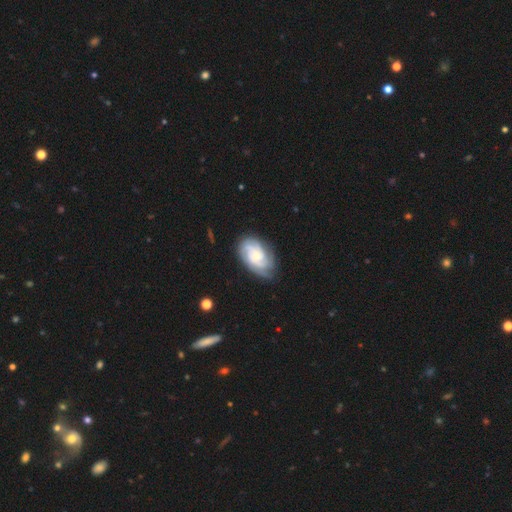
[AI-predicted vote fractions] Smooth or featured?
  - featured or disk: 81% *
  - smooth: 13%
  - star or artifact: 5%
Edge-on disk?
  - no: 97% *
  - yes: 3%
Bar?
  - no: 68% *
  - weak: 27%
  - strong: 5%
Spiral arms?
  - yes: 97% *
  - no: 3%
Spiral winding?
  - tight: 62% *
  - medium: 31%
  - loose: 7%
Spiral arm count?
  - 3: 33% *
  - can't tell: 23%
  - 2: 19%
  - 4: 16%
  - more than 4: 5%
  - 1: 5%
Bulge size?
  - small: 60% *
  - moderate: 33%
  - none: 3%
  - large: 3%
  - dominant: 1%
Merging?
  - none: 74% *
  - minor disturbance: 19%
  - major disturbance: 6%
  - merger: 1%